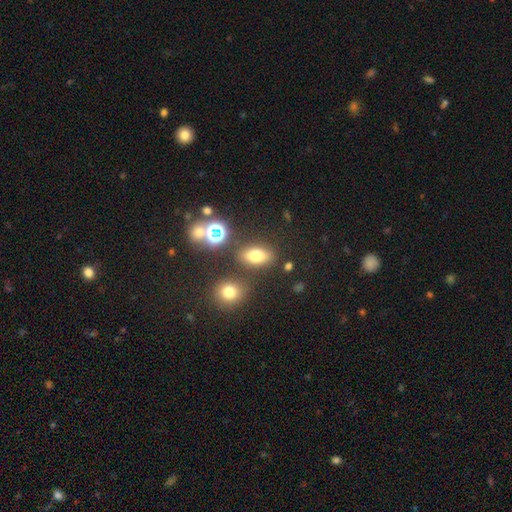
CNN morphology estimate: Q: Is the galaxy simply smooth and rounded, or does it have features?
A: smooth — 71%.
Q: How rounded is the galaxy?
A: in between — 79%.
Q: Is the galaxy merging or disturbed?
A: none — 78%.